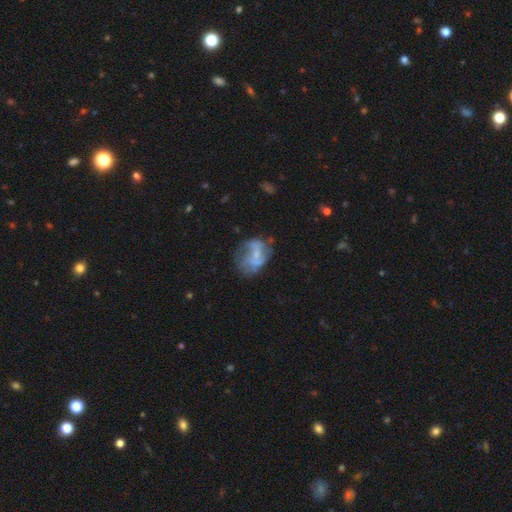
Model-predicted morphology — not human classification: A featured or disk galaxy (61%) with no bar (53%), spiral arms (57%) and a small central bulge (43%). Merging: none (43%).